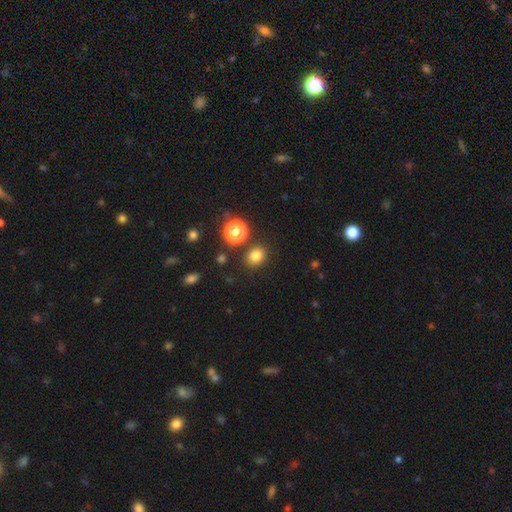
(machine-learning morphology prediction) This appears to be a smooth galaxy with no disk features (79%) that is round (62%). Merging: none (84%).